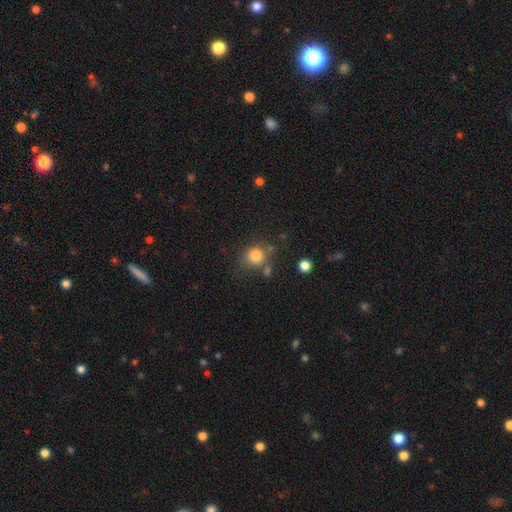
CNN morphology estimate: Smooth or featured: smooth — 82% (star or artifact — 11%)
How rounded: round — 84% (in between — 15%)
Merging: none — 67% (minor disturbance — 15%)